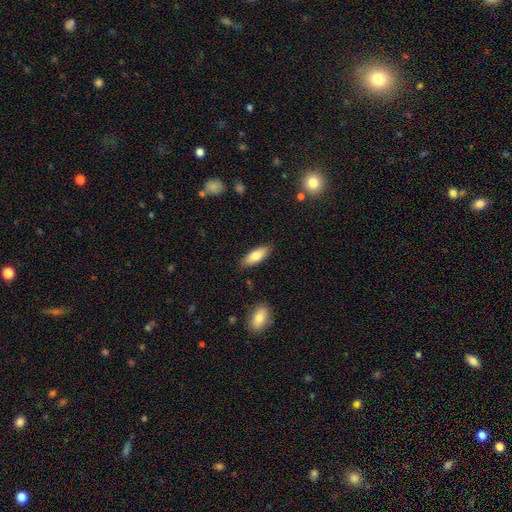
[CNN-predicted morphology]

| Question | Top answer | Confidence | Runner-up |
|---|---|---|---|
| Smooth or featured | smooth | 81% | featured or disk (13%) |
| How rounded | in between | 71% | cigar-shaped (27%) |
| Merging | none | 86% | minor disturbance (10%) |